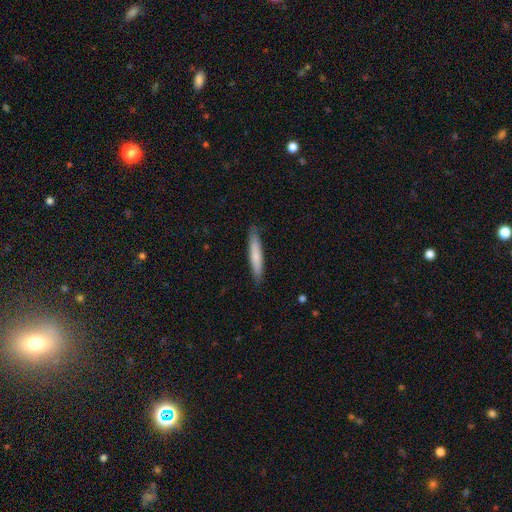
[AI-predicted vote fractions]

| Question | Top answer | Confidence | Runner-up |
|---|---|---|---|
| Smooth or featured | smooth | 74% | featured or disk (21%) |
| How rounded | cigar-shaped | 93% | in between (6%) |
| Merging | none | 87% | minor disturbance (10%) |